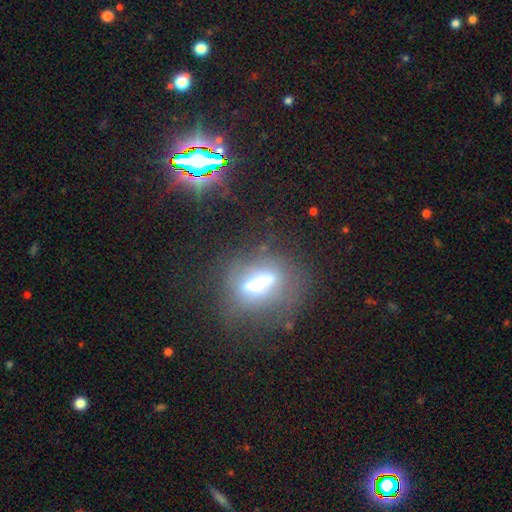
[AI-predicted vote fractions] A smooth galaxy with no disk features (37%).

Vote fractions:
- Smooth or featured? smooth: 37% / star or artifact: 32% / featured or disk: 30%
- Merging? none: 70% / minor disturbance: 16% / major disturbance: 9% / merger: 5%